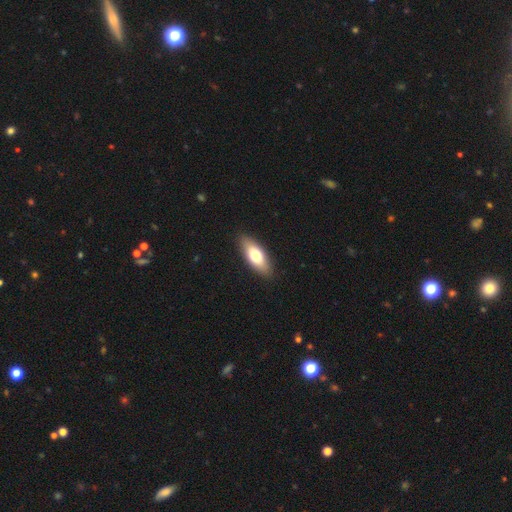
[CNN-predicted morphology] A smooth galaxy with no disk features (72%) that is in between round and cigar-shaped (76%). Merging: none (89%).